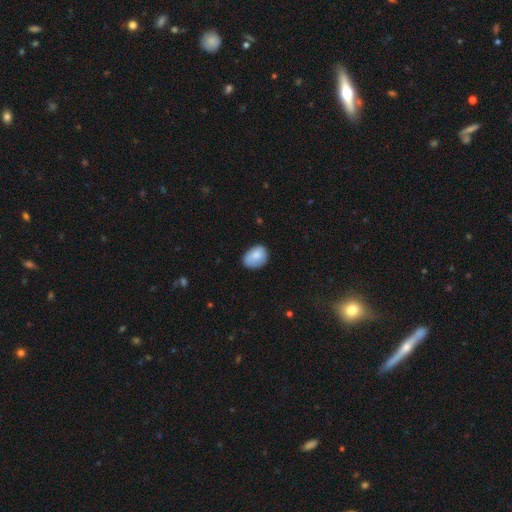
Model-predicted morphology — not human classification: Smooth or featured? Predicted: smooth (p=0.80). How rounded? Predicted: in between (p=0.71). Merging? Predicted: none (p=0.65).